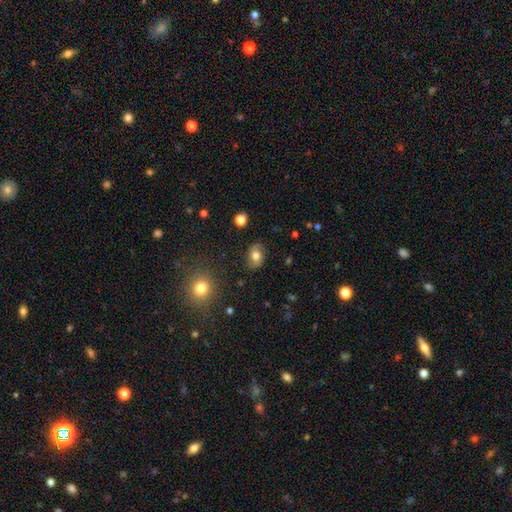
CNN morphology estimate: smooth_or_featured: smooth (p=0.65) [alt: featured or disk p=0.26]
how_rounded: in between (p=0.66) [alt: round p=0.33]
merging: none (p=0.83) [alt: minor disturbance p=0.12]